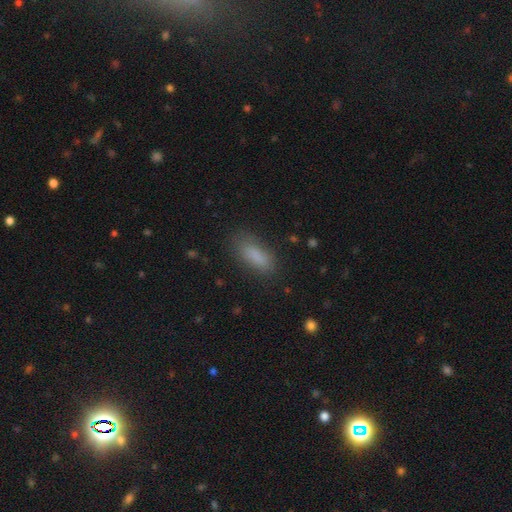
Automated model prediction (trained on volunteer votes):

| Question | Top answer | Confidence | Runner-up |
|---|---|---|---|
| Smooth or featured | smooth | 85% | star or artifact (9%) |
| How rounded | in between | 69% | cigar-shaped (28%) |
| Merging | none | 80% | minor disturbance (14%) |